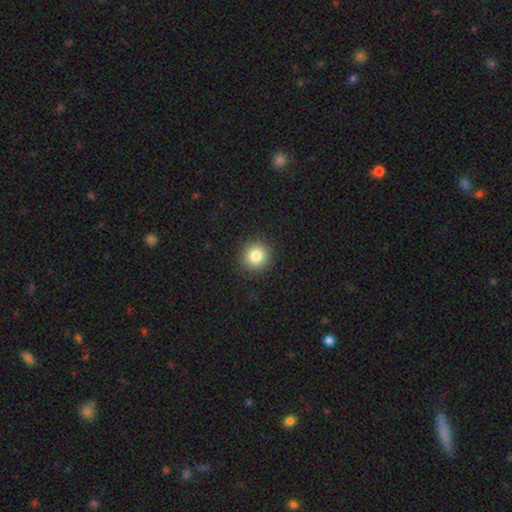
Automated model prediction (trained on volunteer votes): Q: Smooth or featured?
A: smooth (84%); runner-up: star or artifact (11%)
Q: How rounded?
A: round (93%); runner-up: in between (7%)
Q: Merging?
A: none (91%); runner-up: minor disturbance (6%)